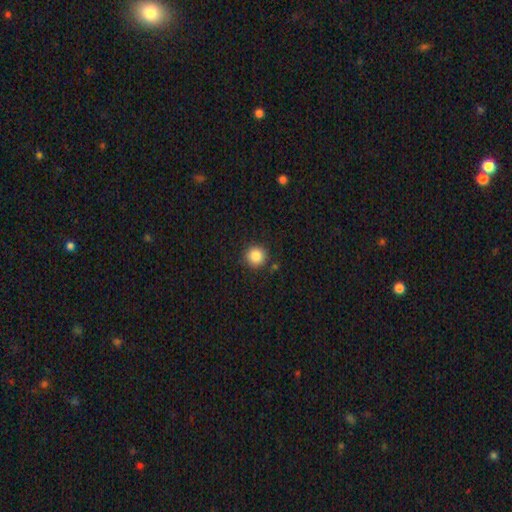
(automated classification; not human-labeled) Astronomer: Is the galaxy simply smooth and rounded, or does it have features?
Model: smooth — 86%.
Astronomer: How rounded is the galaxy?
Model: round — 93%.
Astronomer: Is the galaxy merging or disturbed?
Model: none — 89%.